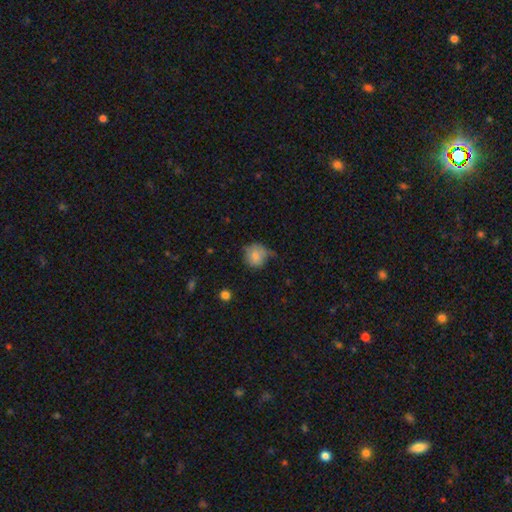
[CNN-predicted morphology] Smooth or featured? smooth (80%)
How rounded? round (86%)
Merging? none (52%)